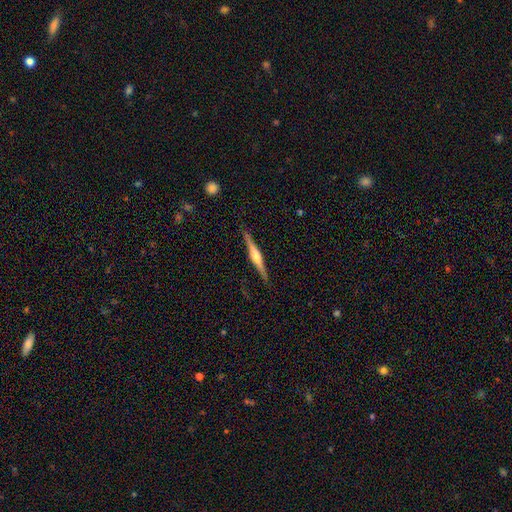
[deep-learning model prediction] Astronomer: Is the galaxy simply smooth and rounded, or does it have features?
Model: featured or disk — 76%.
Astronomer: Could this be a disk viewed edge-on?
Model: yes — 98%.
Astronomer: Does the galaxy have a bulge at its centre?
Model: rounded — 82%.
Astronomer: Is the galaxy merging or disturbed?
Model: none — 90%.